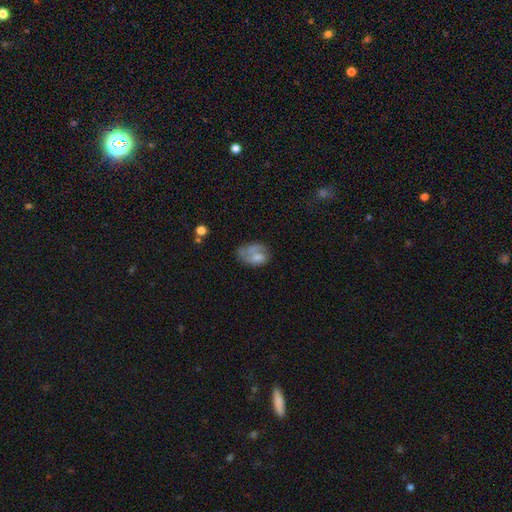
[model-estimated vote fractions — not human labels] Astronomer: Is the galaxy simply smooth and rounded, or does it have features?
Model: smooth — 55% (runner-up: featured or disk, 36%).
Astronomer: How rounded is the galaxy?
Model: in between — 81%.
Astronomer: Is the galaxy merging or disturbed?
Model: none — 38% (runner-up: minor disturbance, 28%).